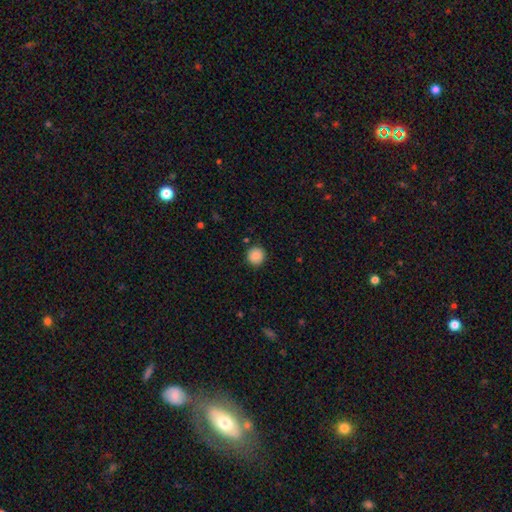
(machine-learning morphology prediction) type=smooth (88%); roundness=round (93%); merging=none (89%).